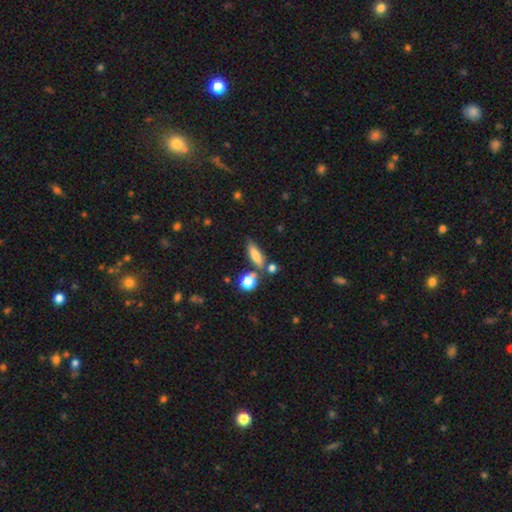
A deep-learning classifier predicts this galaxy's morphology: smooth_or_featured: smooth (p=0.71) [alt: featured or disk p=0.19]
how_rounded: in between (p=0.49) [alt: cigar-shaped p=0.45]
merging: none (p=0.65) [alt: minor disturbance p=0.16]